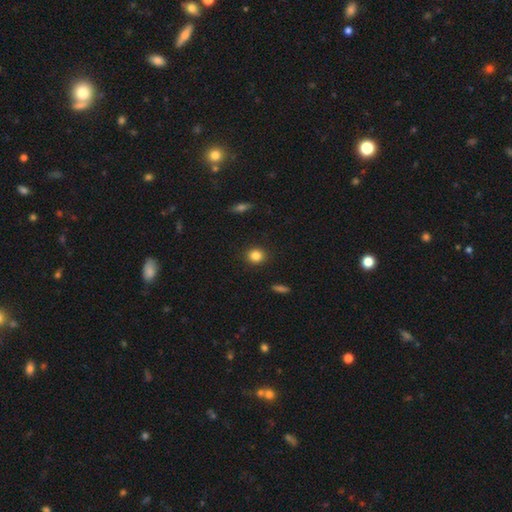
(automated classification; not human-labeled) Q: Smooth or featured?
A: smooth (84%); runner-up: star or artifact (10%)
Q: How rounded?
A: round (81%); runner-up: in between (18%)
Q: Merging?
A: none (91%); runner-up: minor disturbance (6%)